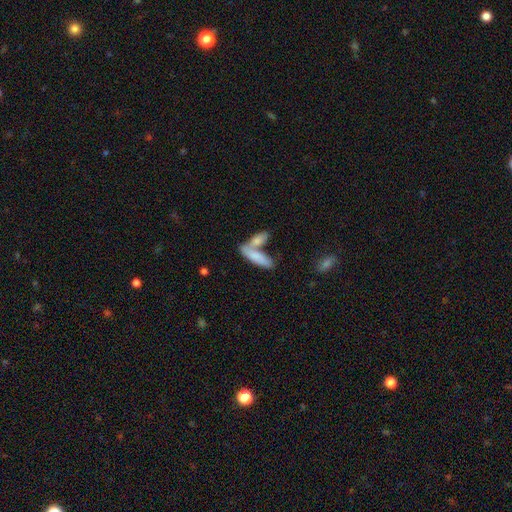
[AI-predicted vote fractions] A smooth galaxy with no disk features (77%) that is in between round and cigar-shaped (50%). Merging: merger (51%).